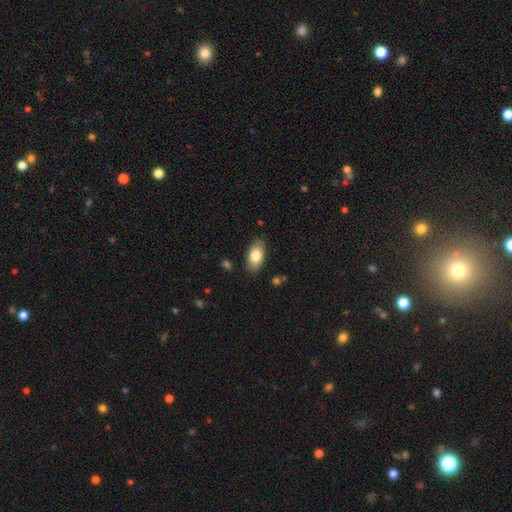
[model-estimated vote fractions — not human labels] Smooth or featured: smooth — 80% (featured or disk — 13%)
How rounded: in between — 92% (round — 4%)
Merging: none — 85% (minor disturbance — 11%)